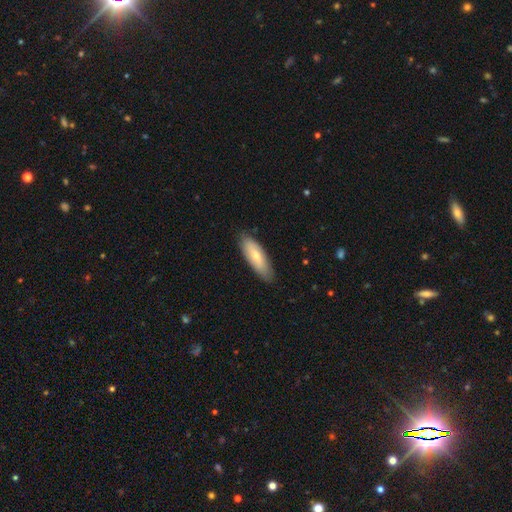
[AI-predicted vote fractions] smooth 70%, featured or disk 25%, star or artifact 5%. Down the decision tree: how rounded — in between (59%); merging — none (84%).